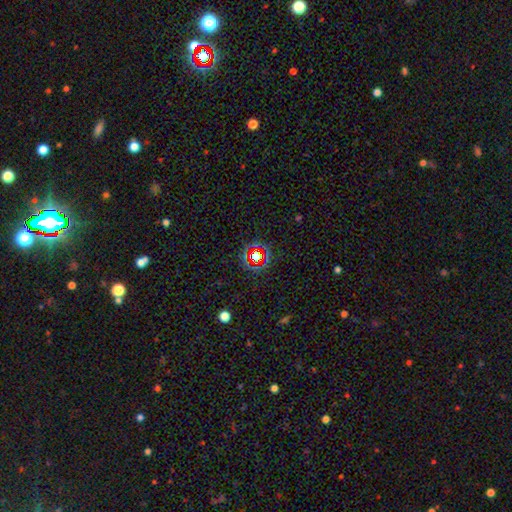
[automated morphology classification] Q: Smooth or featured?
A: star or artifact (68%); runner-up: smooth (20%)